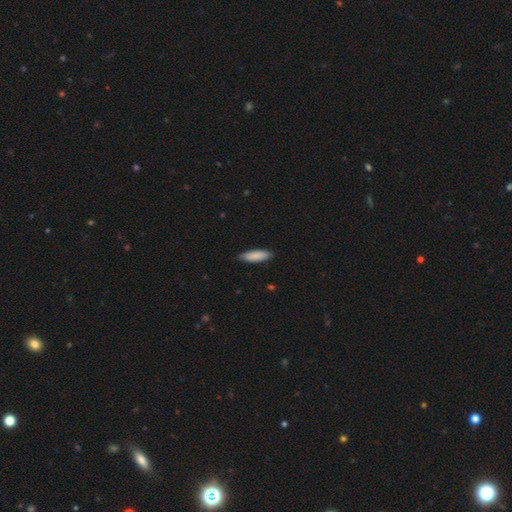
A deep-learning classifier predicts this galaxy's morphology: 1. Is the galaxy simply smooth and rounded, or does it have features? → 87% smooth, 7% featured or disk, 5% star or artifact.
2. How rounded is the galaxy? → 50% in between, 49% cigar-shaped, 1% round.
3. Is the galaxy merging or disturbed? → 83% none, 14% minor disturbance, 2% major disturbance, 1% merger.